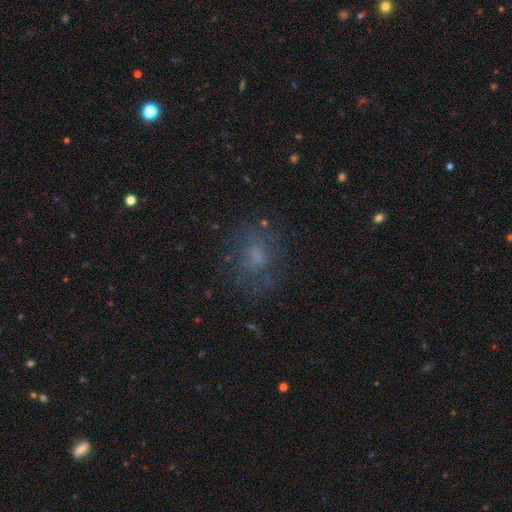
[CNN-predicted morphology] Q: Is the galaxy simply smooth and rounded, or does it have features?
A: smooth — 52%.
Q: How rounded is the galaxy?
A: round — 50%.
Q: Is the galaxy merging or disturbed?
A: none — 67%.